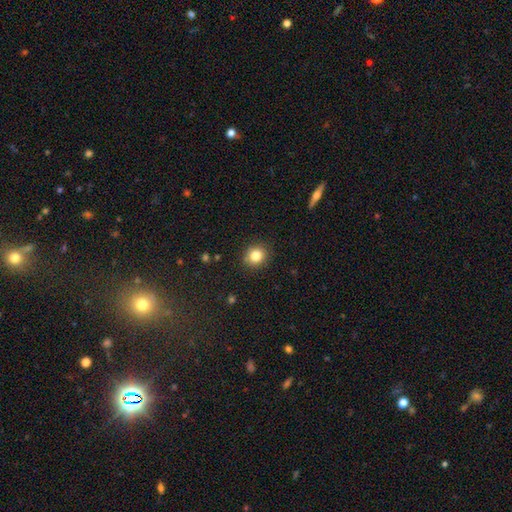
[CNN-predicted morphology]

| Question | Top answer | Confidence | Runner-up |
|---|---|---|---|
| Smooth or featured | smooth | 83% | star or artifact (11%) |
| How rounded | round | 83% | in between (16%) |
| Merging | none | 89% | minor disturbance (8%) |